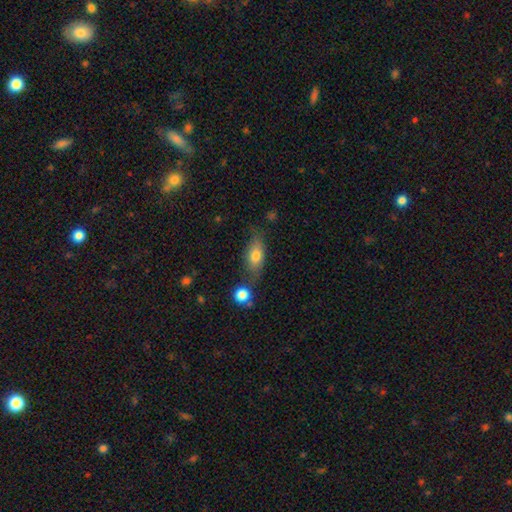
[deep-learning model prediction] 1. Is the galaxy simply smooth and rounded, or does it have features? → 75% smooth, 17% featured or disk, 8% star or artifact.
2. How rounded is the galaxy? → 82% in between, 11% cigar-shaped, 7% round.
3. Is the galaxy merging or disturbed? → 57% none, 21% minor disturbance, 15% merger, 7% major disturbance.